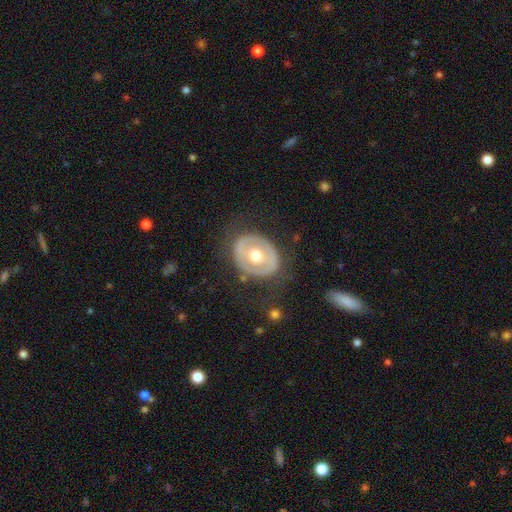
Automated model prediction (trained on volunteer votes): A featured or disk galaxy (57%) with no bar (74%), no spiral arms (87%) and a moderate central bulge (77%). Merging: none (77%).